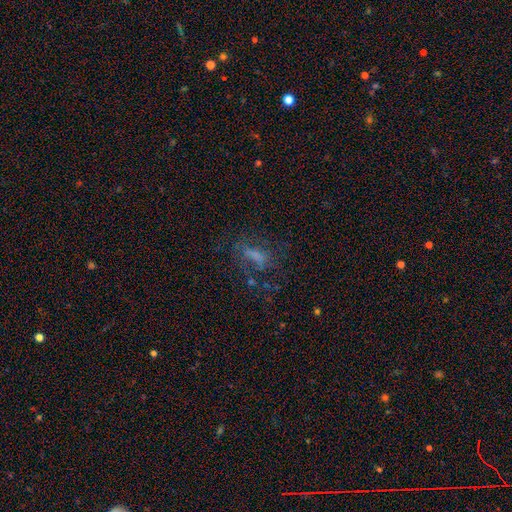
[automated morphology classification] This is marginally a smooth galaxy (43%). Merging: possibly none (51%).